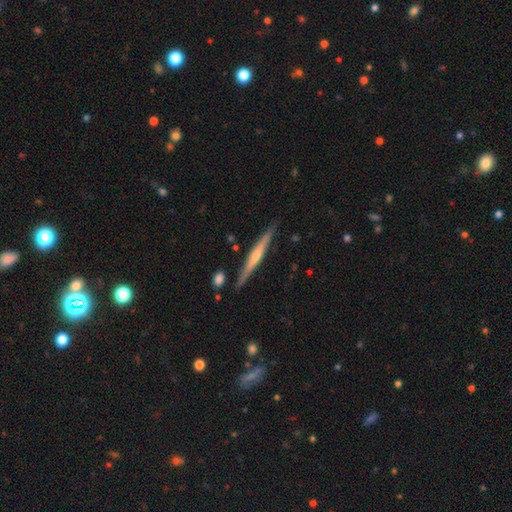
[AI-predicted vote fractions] Smooth or featured?
  - featured or disk: 70% *
  - smooth: 25%
  - star or artifact: 6%
Edge-on disk?
  - yes: 97% *
  - no: 3%
Edge-on bulge?
  - rounded: 67% *
  - none: 26%
  - boxy: 7%
Merging?
  - none: 87% *
  - minor disturbance: 9%
  - merger: 3%
  - major disturbance: 2%